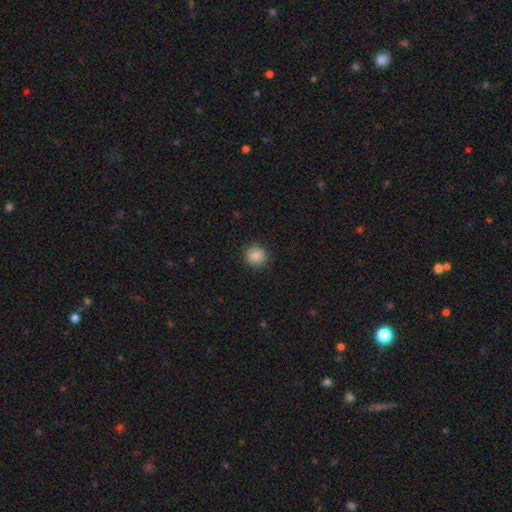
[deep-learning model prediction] Smooth or featured? smooth (87%)
How rounded? round (88%)
Merging? none (89%)